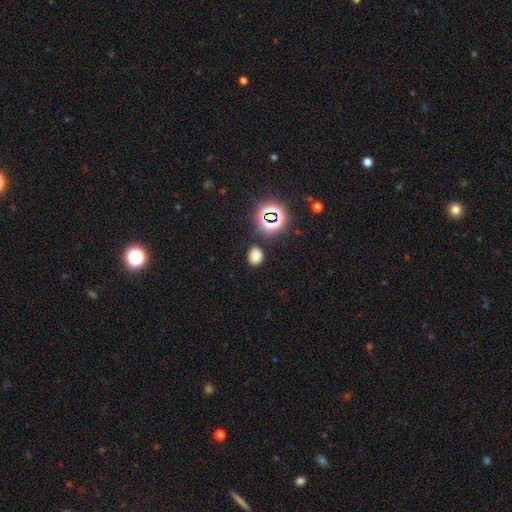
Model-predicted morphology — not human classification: smooth-or-featured: smooth: 71% | star or artifact: 24% | featured or disk: 5%
  how-rounded: in between: 55% | round: 43% | cigar-shaped: 1%
  merging: none: 82% | minor disturbance: 11% | major disturbance: 4% | merger: 3%